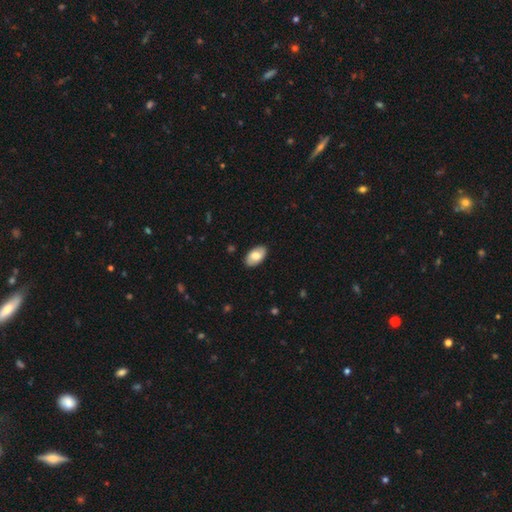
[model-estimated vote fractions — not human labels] Morphology: type=smooth (73%); roundness=in between (95%); merging=none (88%).